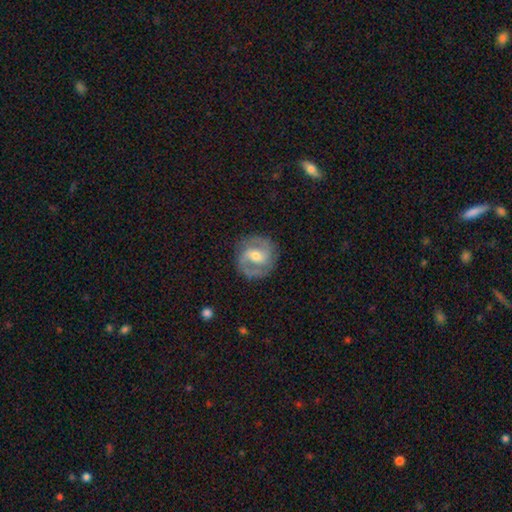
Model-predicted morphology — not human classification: This appears to be a featured or disk galaxy (79%) with a weak bar (48%), 2 (87%) medium (51%) spiral arms (91%) and a moderate central bulge (63%). Merging: none (82%).